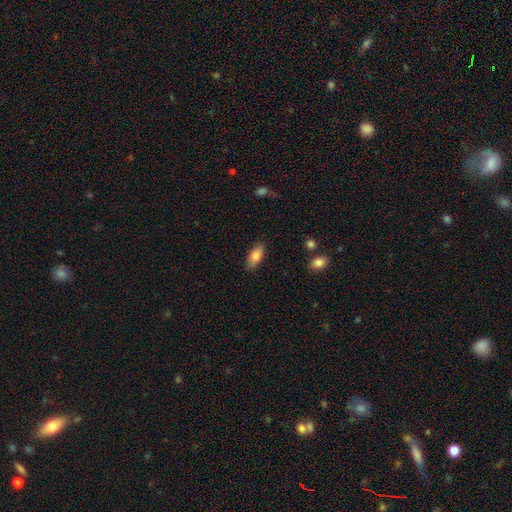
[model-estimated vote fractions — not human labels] Smooth or featured?
  - smooth: 84% *
  - featured or disk: 10%
  - star or artifact: 7%
How rounded?
  - in between: 85% *
  - cigar-shaped: 12%
  - round: 3%
Merging?
  - none: 85% *
  - minor disturbance: 11%
  - major disturbance: 3%
  - merger: 1%